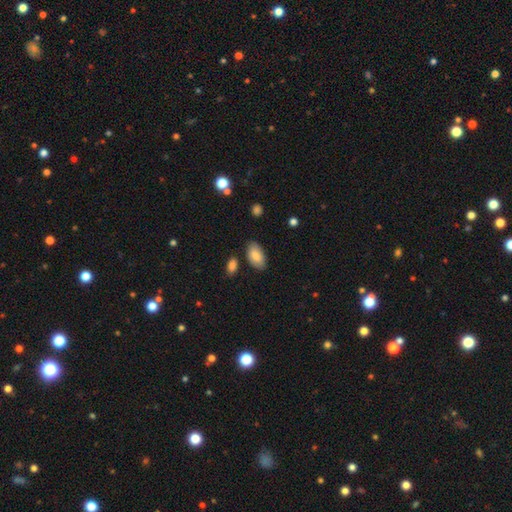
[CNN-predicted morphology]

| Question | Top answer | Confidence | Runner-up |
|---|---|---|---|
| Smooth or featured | smooth | 83% | featured or disk (11%) |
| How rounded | in between | 95% | round (3%) |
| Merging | none | 83% | minor disturbance (11%) |